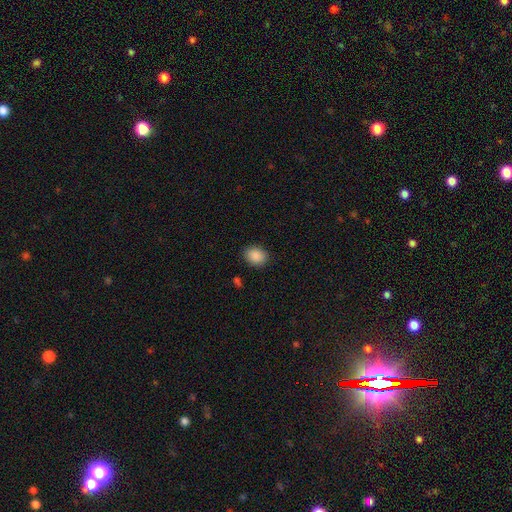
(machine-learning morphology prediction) Smooth or featured? Predicted: smooth (p=0.89). How rounded? Predicted: in between (p=0.54). Merging? Predicted: none (p=0.88).